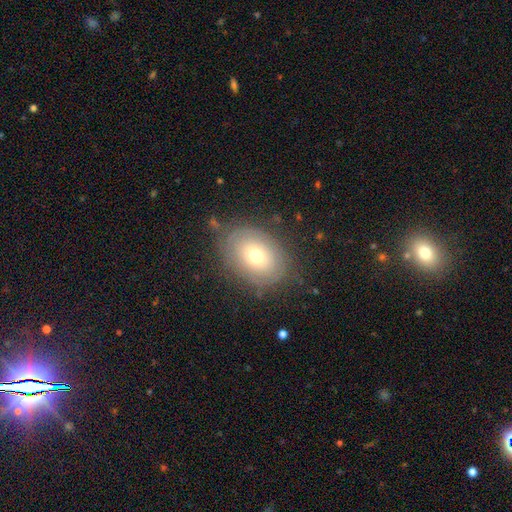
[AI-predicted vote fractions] Smooth or featured? Predicted: smooth (p=0.56). How rounded? Predicted: in between (p=0.70). Merging? Predicted: none (p=0.75).